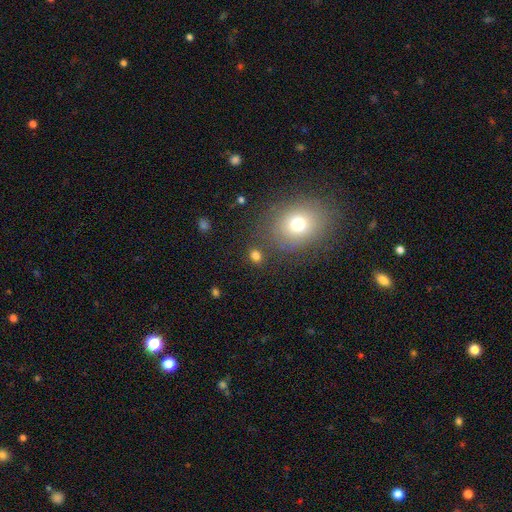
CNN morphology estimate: Overall: smooth (77%). How rounded: round (51%; in between 48%). Merging: none (78%).